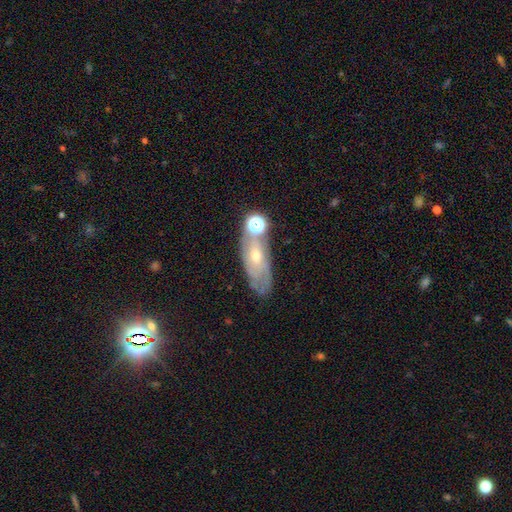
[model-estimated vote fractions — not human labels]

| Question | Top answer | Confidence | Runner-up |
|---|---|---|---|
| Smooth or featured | featured or disk | 59% | smooth (26%) |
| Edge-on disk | no | 83% | yes (17%) |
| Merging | none | 58% | minor disturbance (20%) |